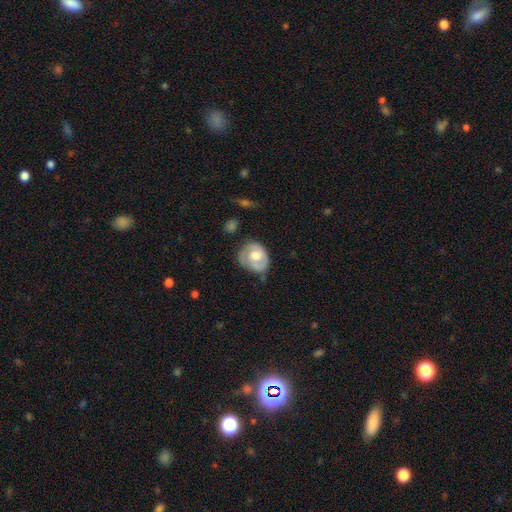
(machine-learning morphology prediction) This is possibly a smooth galaxy (51%). How rounded: possibly round (59%). Merging: possibly none (49%).